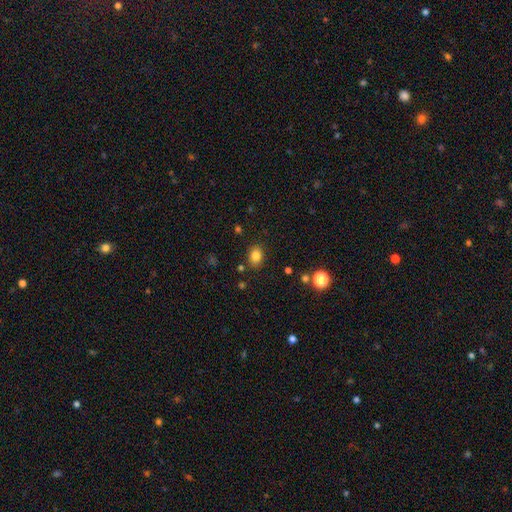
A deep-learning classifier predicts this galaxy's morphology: smooth_or_featured: smooth (p=0.83) [alt: star or artifact p=0.12]
how_rounded: in between (p=0.58) [alt: round p=0.41]
merging: none (p=0.85) [alt: minor disturbance p=0.09]